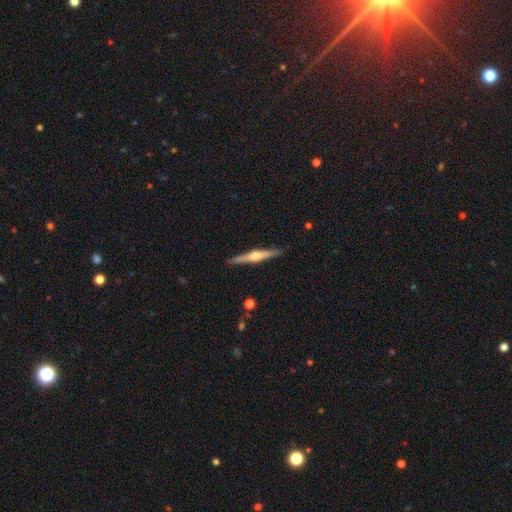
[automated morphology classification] smooth-or-featured: featured or disk: 75% | smooth: 20% | star or artifact: 5%
  disk-edge-on: yes: 98% | no: 2%
    edge-on-bulge: rounded: 90% | boxy: 6% | none: 4%
  merging: none: 90% | minor disturbance: 7% | major disturbance: 1% | merger: 1%